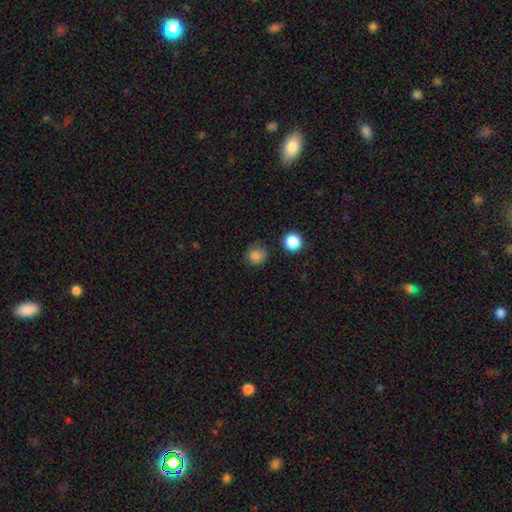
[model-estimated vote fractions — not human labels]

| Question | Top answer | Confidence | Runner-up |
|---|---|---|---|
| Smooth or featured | smooth | 83% | star or artifact (12%) |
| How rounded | round | 88% | in between (11%) |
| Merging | none | 75% | minor disturbance (17%) |